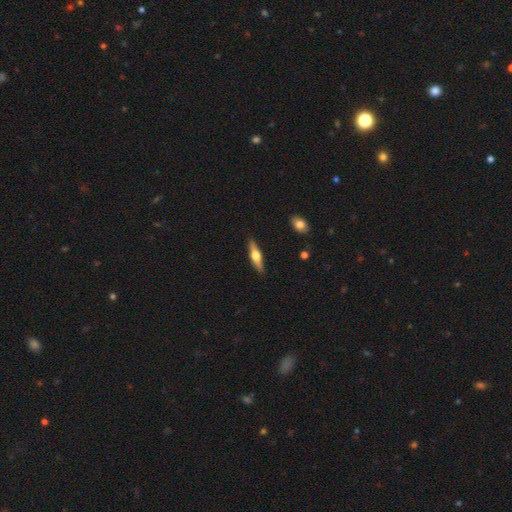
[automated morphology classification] Smooth or featured: featured or disk — 60% (smooth — 35%)
Edge-on disk: yes — 95% (no — 5%)
Edge-on bulge: rounded — 93% (boxy — 5%)
Merging: none — 89% (minor disturbance — 8%)